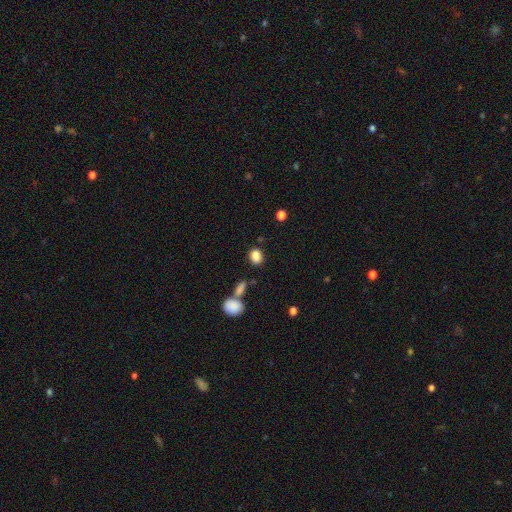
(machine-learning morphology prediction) A smooth galaxy with no disk features (86%) that is in between round and cigar-shaped (66%). Merging: none (73%).